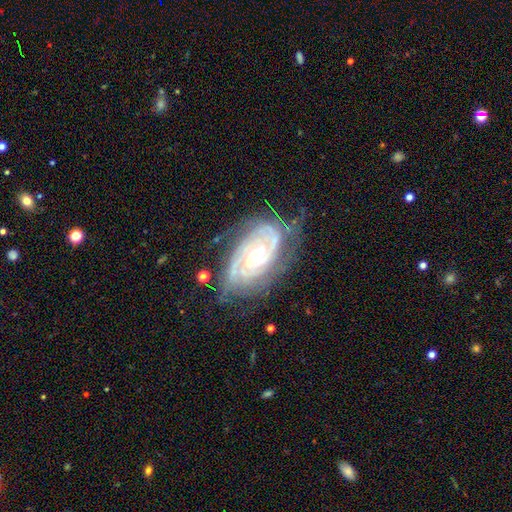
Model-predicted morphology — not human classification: type=featured or disk (90%); edge-on=no (96%); bar=weak (41%); spiral arms=yes (97%); winding=tight (75%); arm count=2 (35%); bulge=moderate (68%); merging=none (70%).